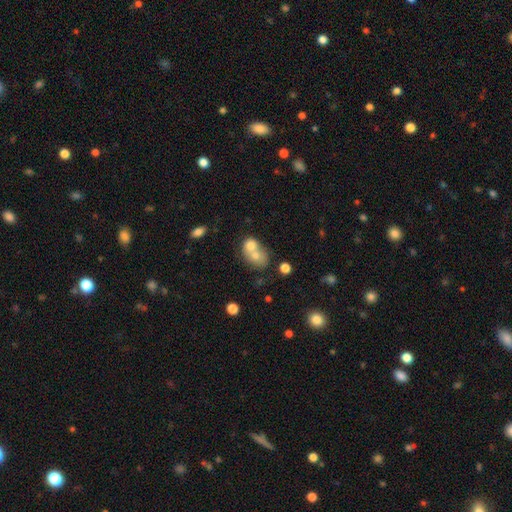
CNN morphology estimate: Q: Smooth or featured?
A: smooth (69%); runner-up: featured or disk (22%)
Q: How rounded?
A: in between (51%); runner-up: round (47%)
Q: Merging?
A: merger (71%); runner-up: none (20%)